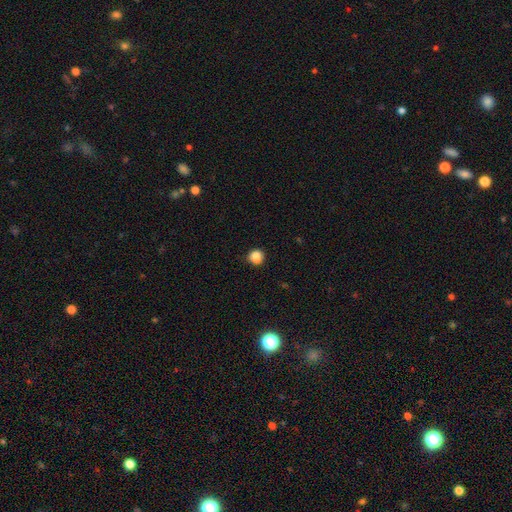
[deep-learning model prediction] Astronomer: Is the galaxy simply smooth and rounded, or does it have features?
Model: smooth — 84%.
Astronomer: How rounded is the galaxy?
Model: round — 83%.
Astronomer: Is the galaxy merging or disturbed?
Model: none — 75%.